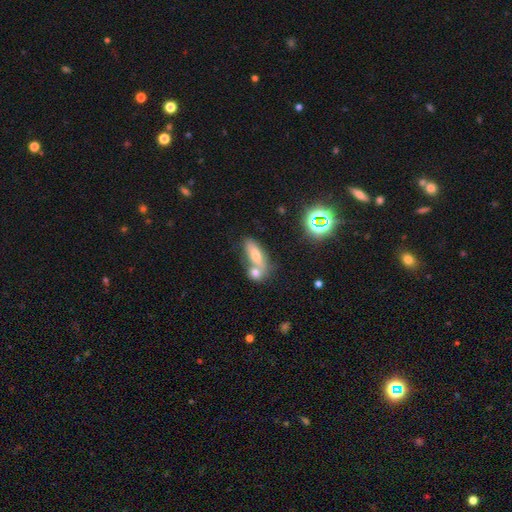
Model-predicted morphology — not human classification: This appears to be a smooth galaxy with no disk features (59%) that is in between round and cigar-shaped (67%). Merging: merger (46%).